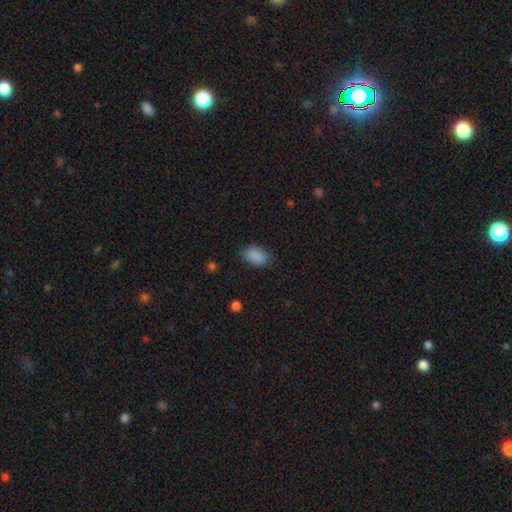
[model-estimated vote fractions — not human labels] The model was most divided on "merging": none: 76%, minor disturbance: 18%, major disturbance: 4%, merger: 1%. More confident: how rounded — in between (88%); smooth or featured — smooth (88%).